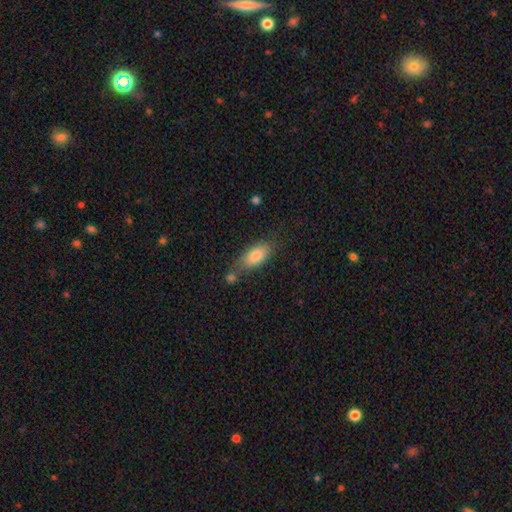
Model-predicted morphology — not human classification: type=smooth (82%); roundness=in between (84%); merging=none (64%).